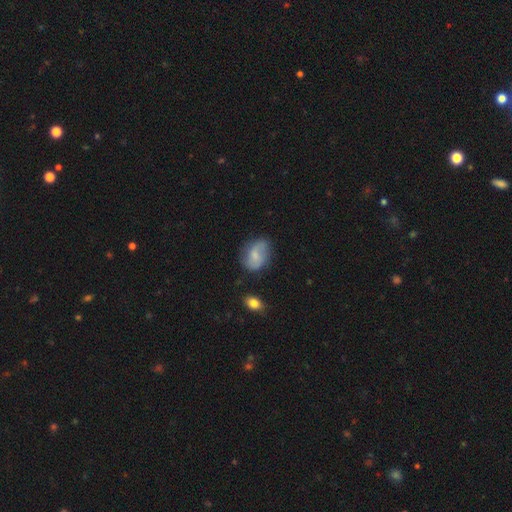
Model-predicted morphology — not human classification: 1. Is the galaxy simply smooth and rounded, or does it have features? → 52% smooth, 40% featured or disk, 8% star or artifact.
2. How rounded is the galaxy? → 77% in between, 22% round, 2% cigar-shaped.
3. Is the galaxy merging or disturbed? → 60% none, 28% minor disturbance, 9% major disturbance, 4% merger.